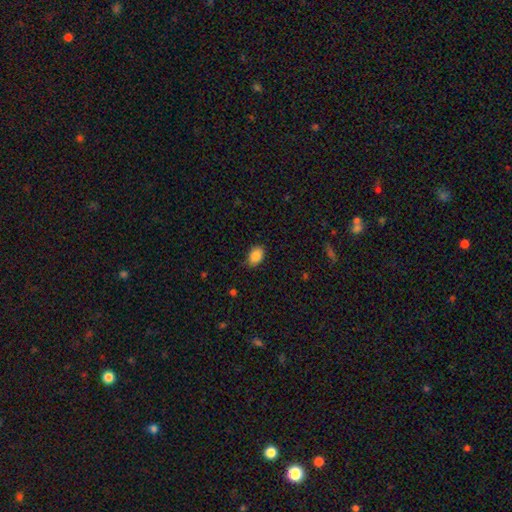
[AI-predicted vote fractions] Smooth or featured: smooth — 87% (star or artifact — 8%)
How rounded: in between — 79% (round — 19%)
Merging: none — 81% (minor disturbance — 15%)